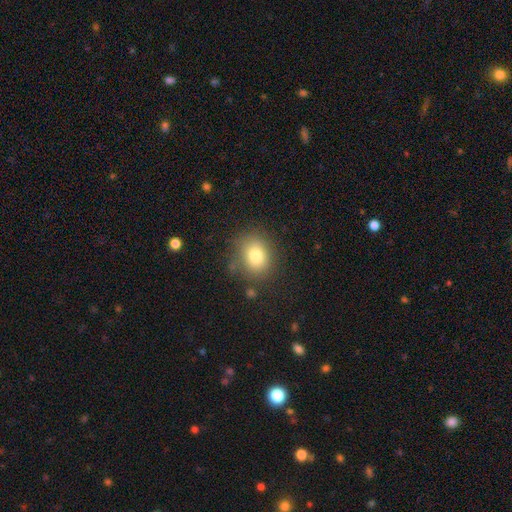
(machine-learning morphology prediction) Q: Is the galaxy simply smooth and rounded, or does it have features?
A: smooth — 79%.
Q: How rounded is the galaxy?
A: round — 61%.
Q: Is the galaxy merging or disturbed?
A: none — 77%.